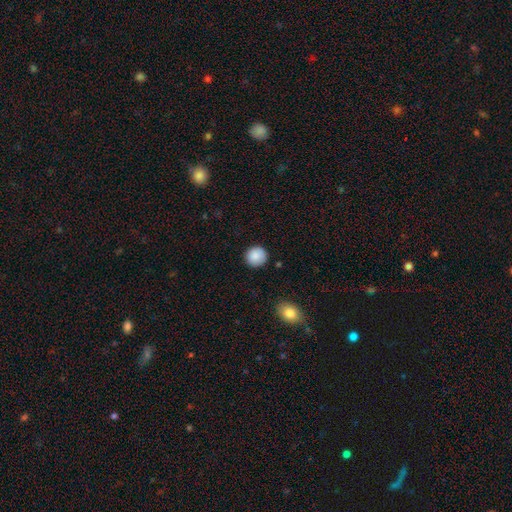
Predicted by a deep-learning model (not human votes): smooth_or_featured: smooth (p=0.89) [alt: star or artifact p=0.08]
how_rounded: round (p=0.92) [alt: in between p=0.07]
merging: none (p=0.90) [alt: minor disturbance p=0.06]